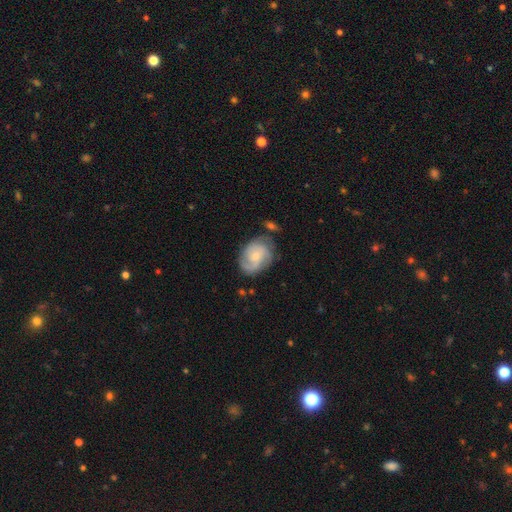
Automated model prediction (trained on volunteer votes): Smooth or featured? featured or disk (71%)
Edge-on disk? no (98%)
Bar? no (66%)
Spiral arms? yes (92%)
Spiral winding? tight (43%)
Spiral arm count? 2 (42%)
Bulge size? small (53%)
Merging? none (64%)